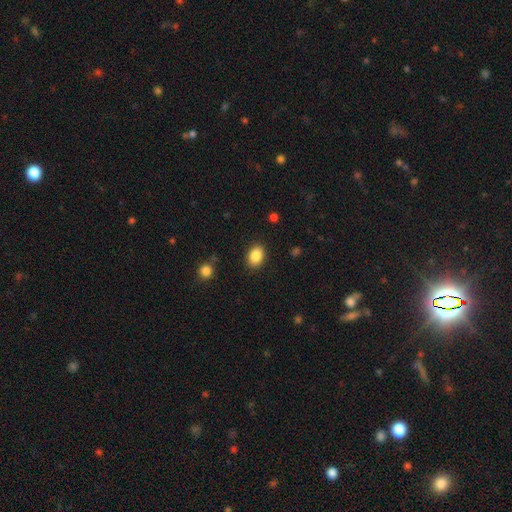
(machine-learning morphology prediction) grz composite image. It shows a smooth galaxy with no disk features (88%) that is in between round and cigar-shaped (76%). Merging: none (87%).